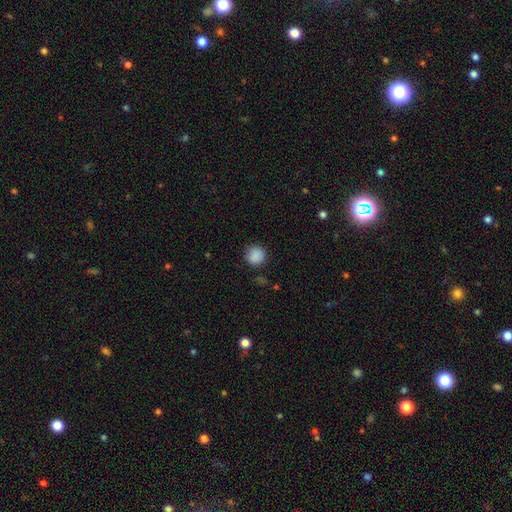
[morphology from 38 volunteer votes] Overall: smooth (92%). How rounded: round (94%). Merging: none (81%).